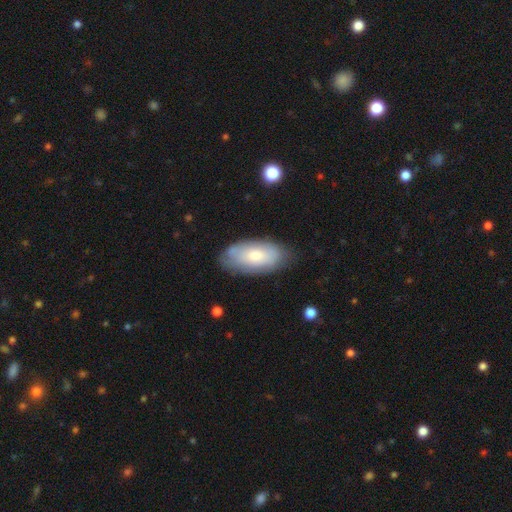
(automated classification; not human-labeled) This appears to be a smooth galaxy with no disk features (65%) that is in between round and cigar-shaped (93%). Merging: none (73%).